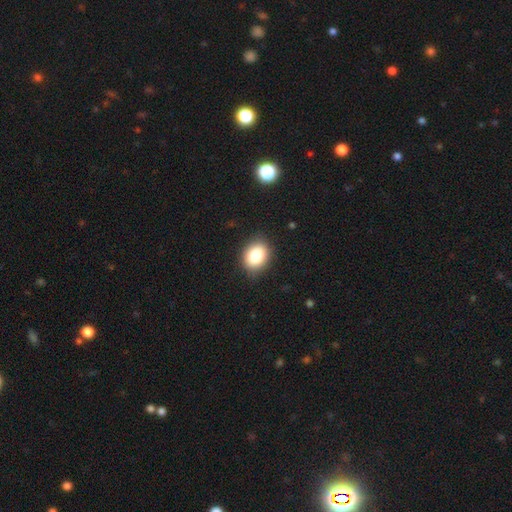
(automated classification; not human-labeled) The model was most divided on "how rounded": in between: 63%, round: 36%, cigar-shaped: 1%. More confident: merging — none (85%); smooth or featured — smooth (84%).